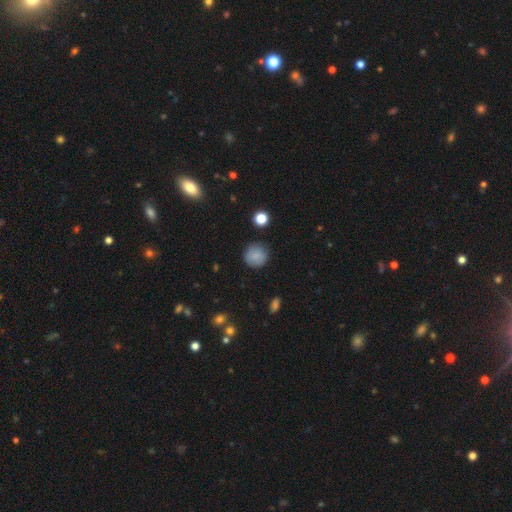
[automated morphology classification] This is likely a smooth galaxy (80%). How rounded: clearly round (93%). Merging: clearly none (86%).